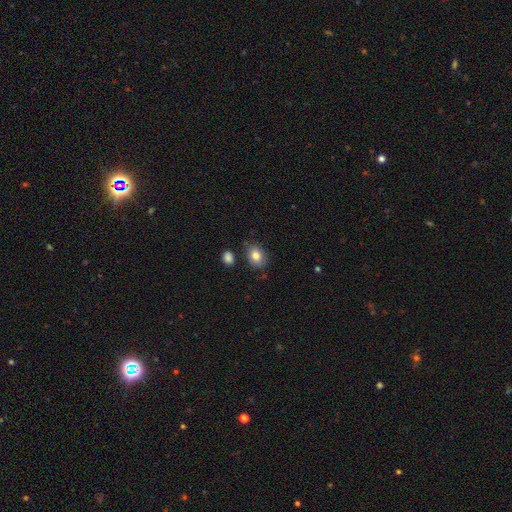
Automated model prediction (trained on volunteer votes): Smooth or featured?
  - smooth: 82% *
  - star or artifact: 9%
  - featured or disk: 9%
How rounded?
  - in between: 63% *
  - round: 36%
  - cigar-shaped: 1%
Merging?
  - none: 80% *
  - minor disturbance: 13%
  - merger: 4%
  - major disturbance: 3%